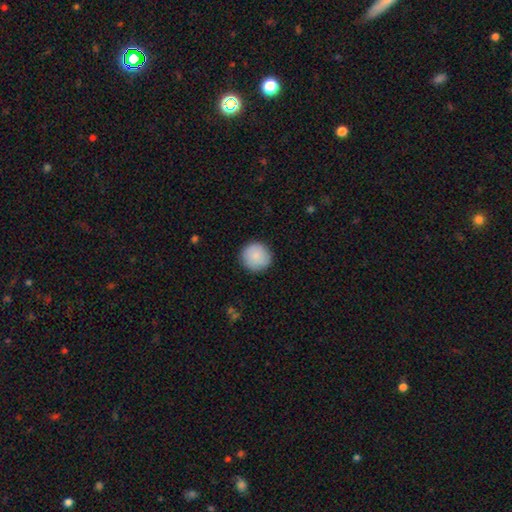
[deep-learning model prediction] A smooth galaxy with no disk features (87%) that is round (95%).

Vote fractions:
- Smooth or featured? smooth: 87% / featured or disk: 7% / star or artifact: 6%
- How rounded? round: 95% / in between: 4% / cigar-shaped: 1%
- Merging? none: 90% / minor disturbance: 7% / major disturbance: 2% / merger: 1%